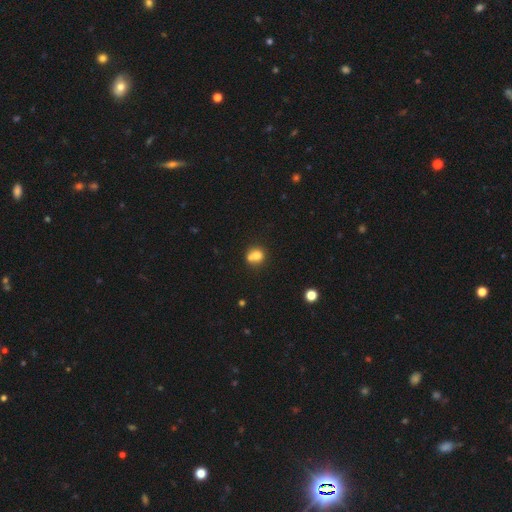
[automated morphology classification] Q: Smooth or featured?
A: smooth (74%); runner-up: featured or disk (14%)
Q: How rounded?
A: round (77%); runner-up: in between (22%)
Q: Merging?
A: none (42%); tied with: merger (42%)